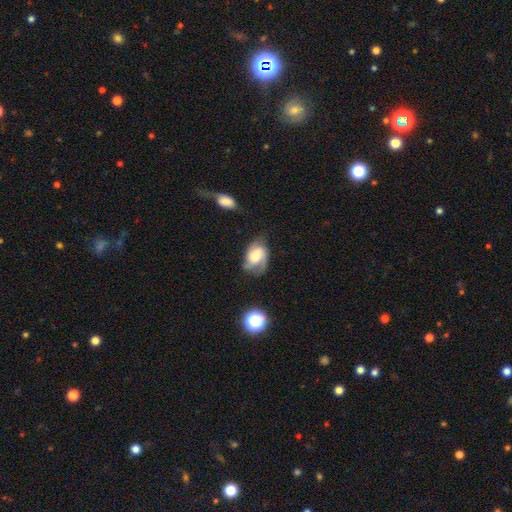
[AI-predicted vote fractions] This appears to be a featured or disk galaxy (49%). Merging: none (52%).